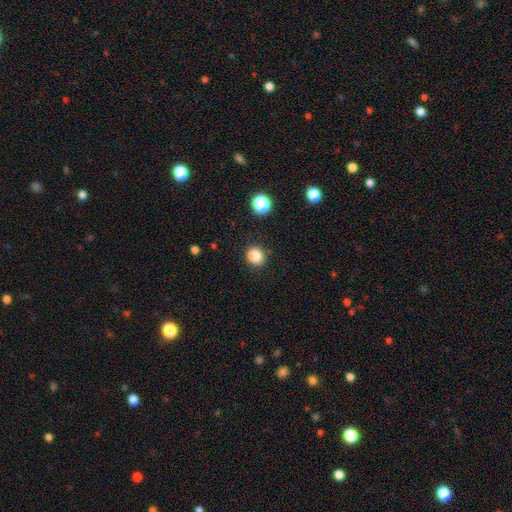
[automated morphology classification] Smooth or featured: smooth — 81% (star or artifact — 12%)
How rounded: round — 76% (in between — 23%)
Merging: none — 76% (minor disturbance — 13%)